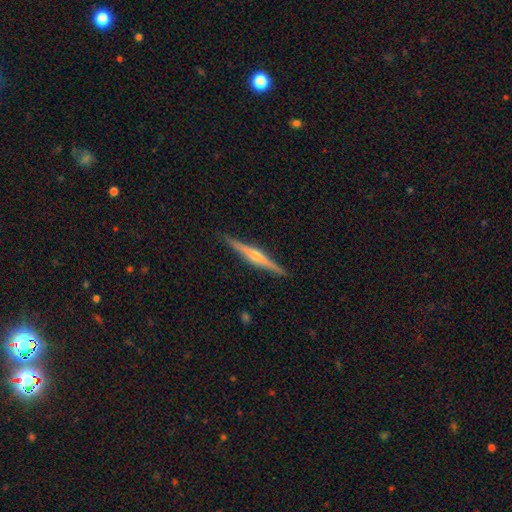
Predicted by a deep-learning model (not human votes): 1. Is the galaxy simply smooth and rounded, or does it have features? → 79% featured or disk, 16% smooth, 6% star or artifact.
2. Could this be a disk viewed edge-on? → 98% yes, 2% no.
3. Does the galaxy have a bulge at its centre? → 82% rounded, 10% none, 8% boxy.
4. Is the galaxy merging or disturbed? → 91% none, 6% minor disturbance, 1% major disturbance, 1% merger.